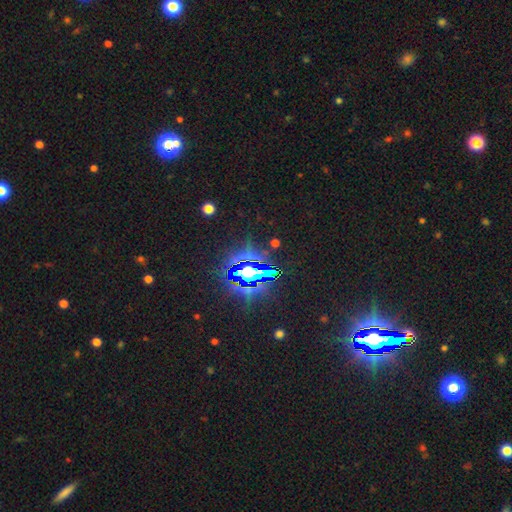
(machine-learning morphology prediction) type=star or artifact (85%).